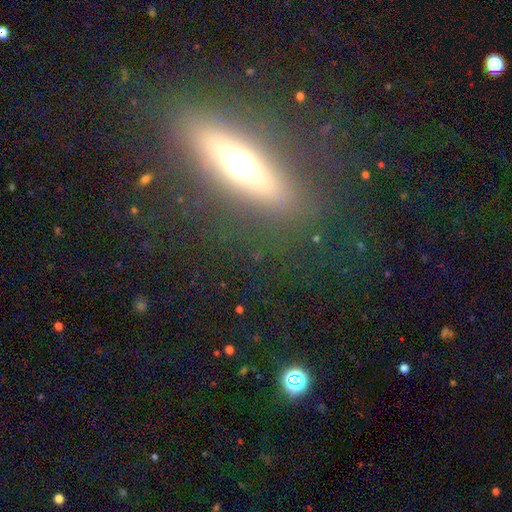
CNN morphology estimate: A featured or disk galaxy (51%) viewed edge-on (82%).

Vote fractions:
- Smooth or featured? featured or disk: 51% / smooth: 35% / star or artifact: 14%
- Edge-on disk? yes: 82% / no: 18%
- Merging? none: 85% / minor disturbance: 9% / major disturbance: 4% / merger: 2%